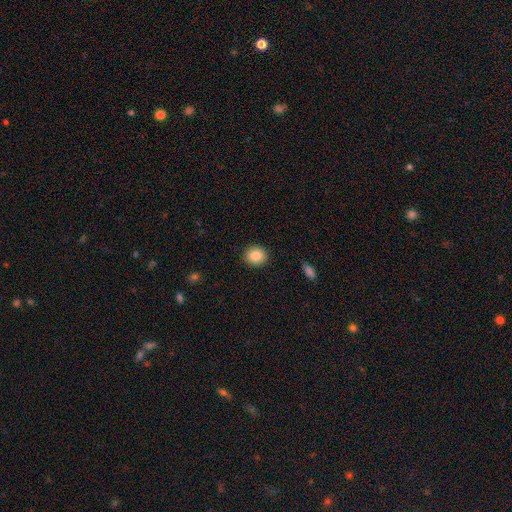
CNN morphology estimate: A smooth galaxy with no disk features (85%) that is round (81%).

Vote fractions:
- Smooth or featured? smooth: 85% / star or artifact: 9% / featured or disk: 7%
- How rounded? round: 81% / in between: 18% / cigar-shaped: 1%
- Merging? none: 91% / minor disturbance: 6% / major disturbance: 2% / merger: 1%